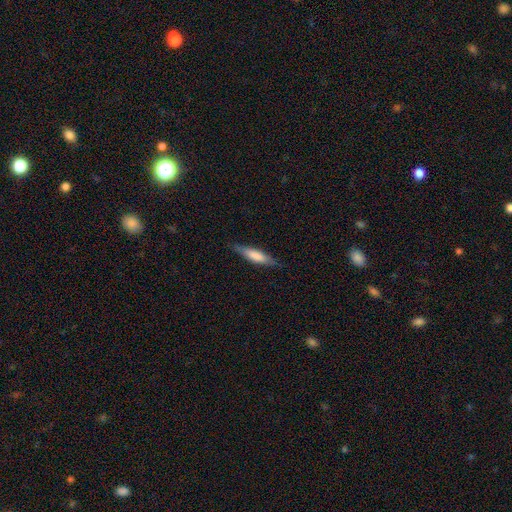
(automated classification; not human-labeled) Smooth or featured? smooth (67%)
How rounded? cigar-shaped (78%)
Merging? none (84%)